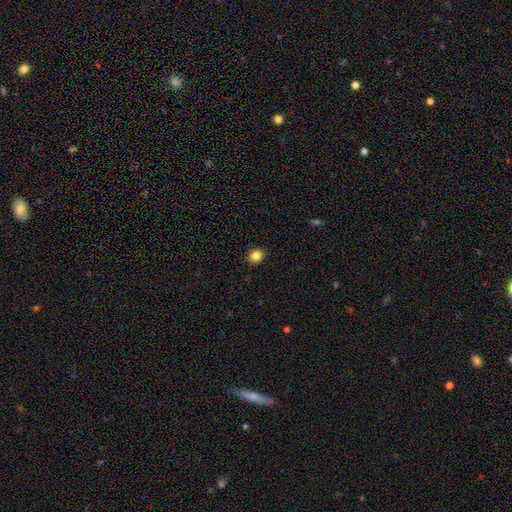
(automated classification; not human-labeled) A smooth galaxy with no disk features (85%) that is round (76%).

Vote fractions:
- Smooth or featured? smooth: 85% / star or artifact: 11% / featured or disk: 4%
- How rounded? round: 76% / in between: 23% / cigar-shaped: 1%
- Merging? none: 90% / minor disturbance: 7% / major disturbance: 2% / merger: 1%